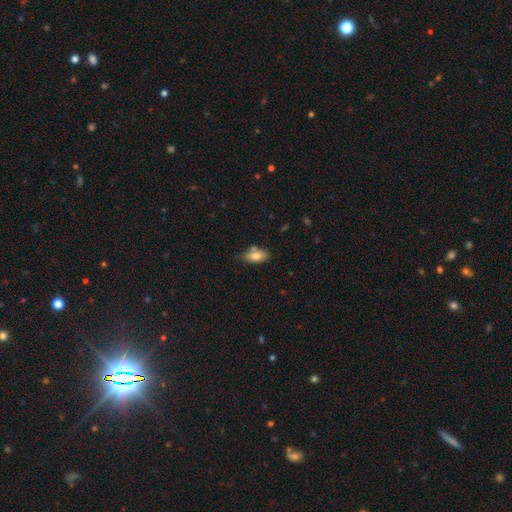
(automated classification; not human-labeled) Morphology: type=smooth (74%); roundness=in between (82%); merging=none (57%).